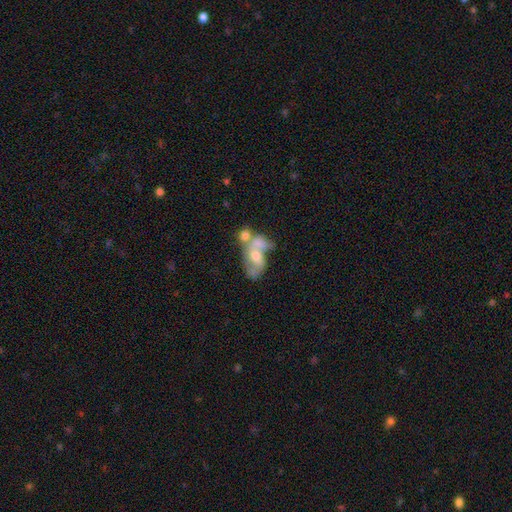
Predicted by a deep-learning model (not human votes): This appears to be a featured or disk galaxy (62%) with no bar (68%), spiral arms (55%) and a moderate central bulge (54%). Merging: merger (51%).